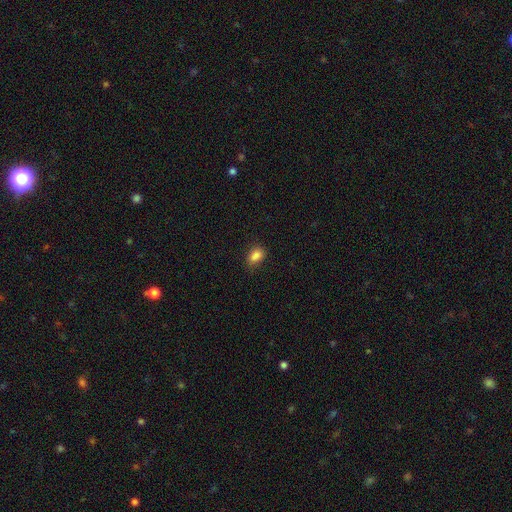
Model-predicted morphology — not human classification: smooth-or-featured: smooth: 85% | star or artifact: 11% | featured or disk: 5%
  how-rounded: in between: 77% | round: 21% | cigar-shaped: 2%
  merging: none: 69% | minor disturbance: 23% | major disturbance: 5% | merger: 2%